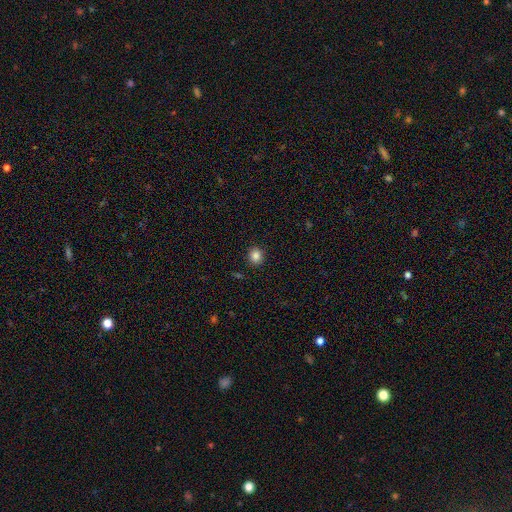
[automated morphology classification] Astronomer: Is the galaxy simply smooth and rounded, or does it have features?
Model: smooth — 84%.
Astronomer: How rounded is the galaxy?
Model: round — 87%.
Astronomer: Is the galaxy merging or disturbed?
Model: none — 91%.